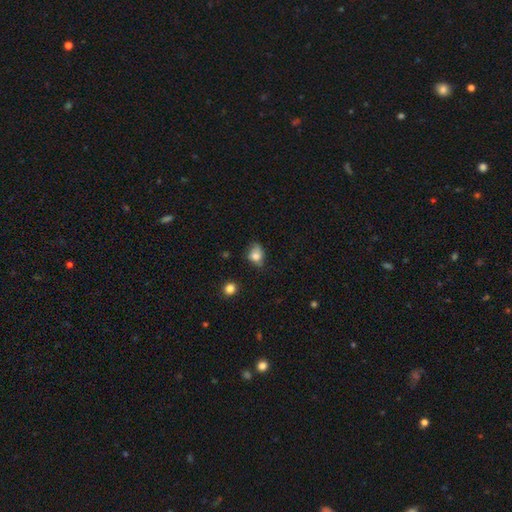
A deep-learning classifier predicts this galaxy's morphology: The model was most divided on "merging": none: 45%, minor disturbance: 38%, major disturbance: 14%, merger: 3%. More confident: smooth or featured — smooth (77%); how rounded — in between (60%).